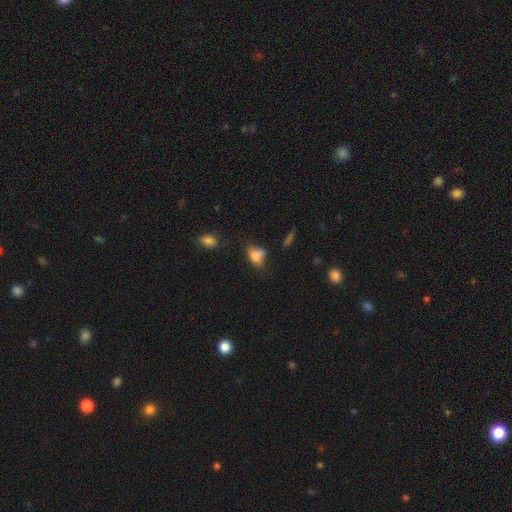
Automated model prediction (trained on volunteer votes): The model was most divided on "merging": none: 41%, minor disturbance: 32%, major disturbance: 15%, merger: 12%. More confident: smooth or featured — smooth (74%); how rounded — in between (72%).